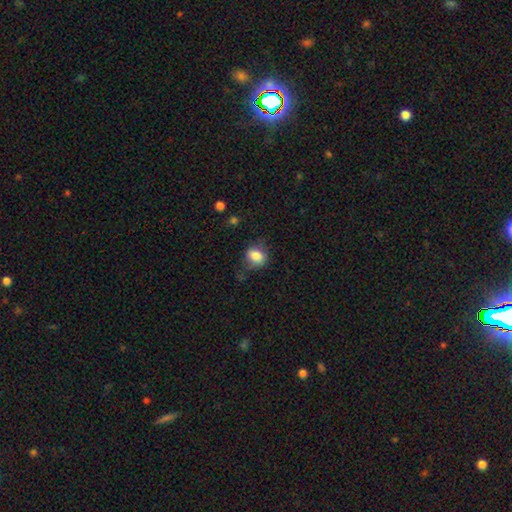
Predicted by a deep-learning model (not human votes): The model was most divided on "how rounded": in between: 53%, round: 46%, cigar-shaped: 1%. More confident: smooth or featured — smooth (82%); merging — none (61%).